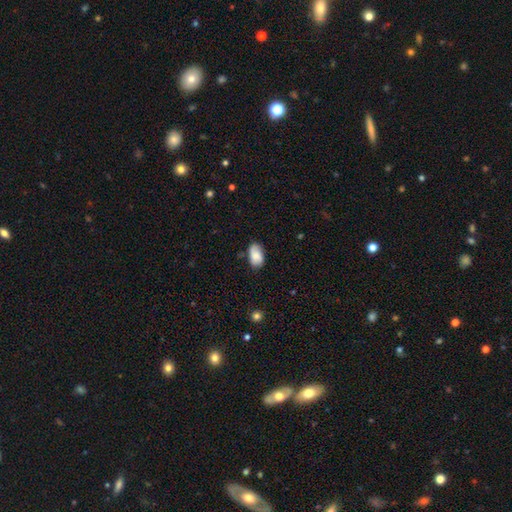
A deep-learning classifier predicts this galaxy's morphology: A smooth galaxy with no disk features (74%) that is in between round and cigar-shaped (92%).

Vote fractions:
- Smooth or featured? smooth: 74% / featured or disk: 19% / star or artifact: 7%
- How rounded? in between: 92% / round: 6% / cigar-shaped: 2%
- Merging? none: 72% / minor disturbance: 22% / major disturbance: 4% / merger: 2%